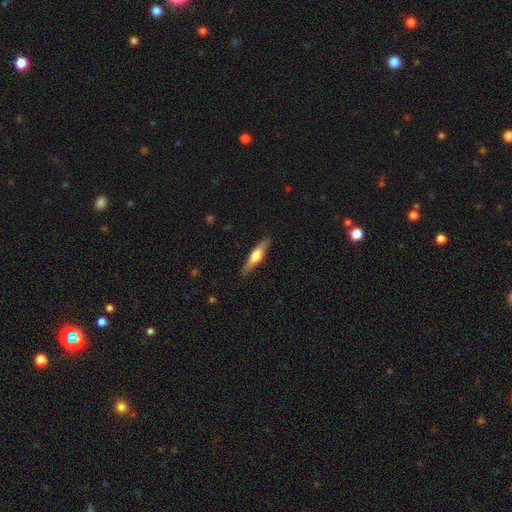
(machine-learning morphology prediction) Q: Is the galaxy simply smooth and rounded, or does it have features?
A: smooth — 50%.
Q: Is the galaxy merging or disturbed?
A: none — 88%.